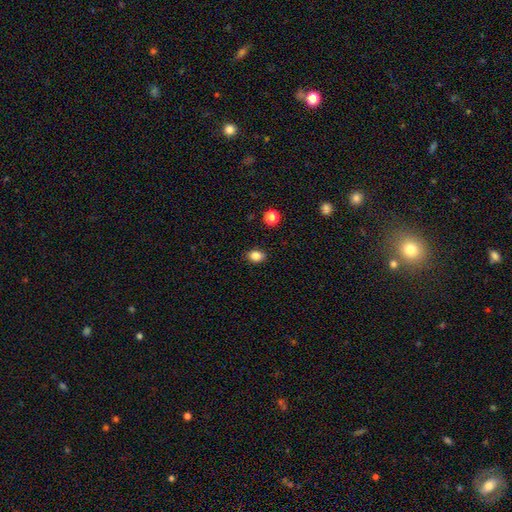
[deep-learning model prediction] Smooth or featured? smooth (84%)
How rounded? in between (63%)
Merging? none (88%)